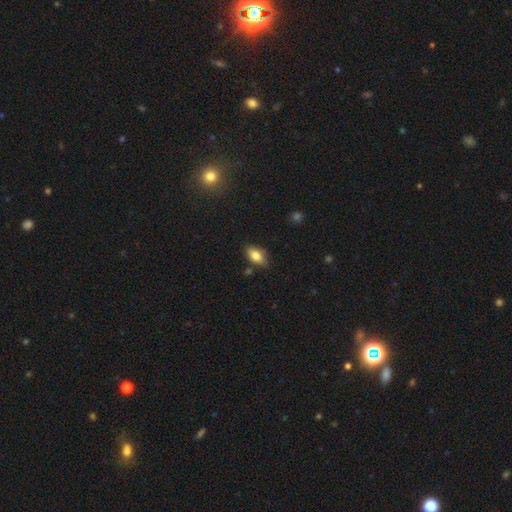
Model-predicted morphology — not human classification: A smooth galaxy with no disk features (82%) that is in between round and cigar-shaped (90%). Merging: none (82%).